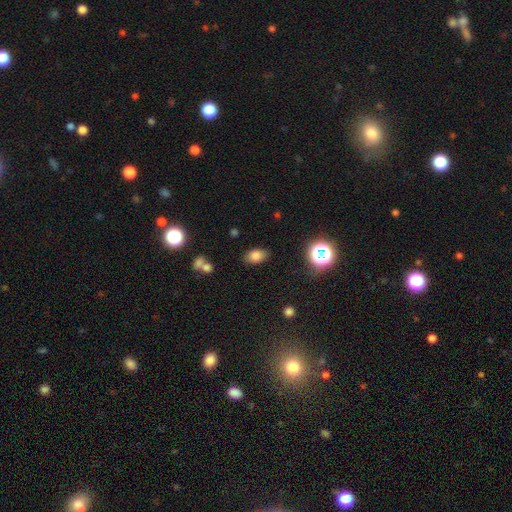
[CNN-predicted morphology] Smooth or featured: smooth — 79% (star or artifact — 13%)
How rounded: in between — 87% (round — 11%)
Merging: none — 84% (minor disturbance — 11%)